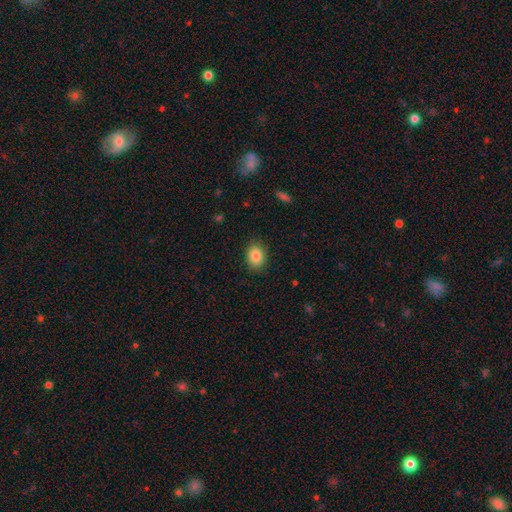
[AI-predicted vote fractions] Overall: smooth (86%). How rounded: in between (74%). Merging: none (87%).